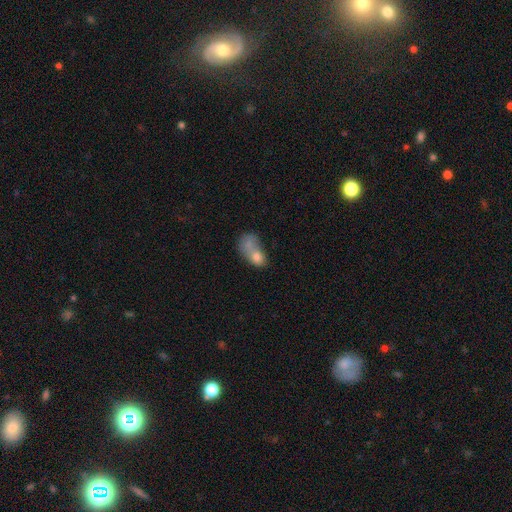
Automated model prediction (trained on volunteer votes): Overall: smooth (65%). How rounded: in between (71%). Merging: merger (56%; none 17%).